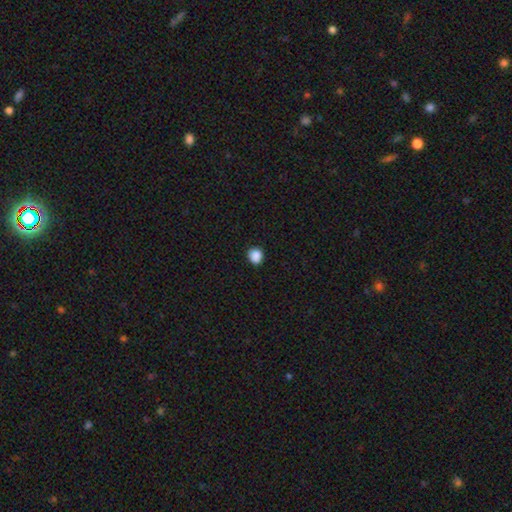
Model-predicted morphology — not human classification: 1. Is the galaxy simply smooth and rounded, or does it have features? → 88% smooth, 10% star or artifact, 2% featured or disk.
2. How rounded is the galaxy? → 80% round, 19% in between, 1% cigar-shaped.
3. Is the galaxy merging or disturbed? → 89% none, 8% minor disturbance, 2% major disturbance, 1% merger.